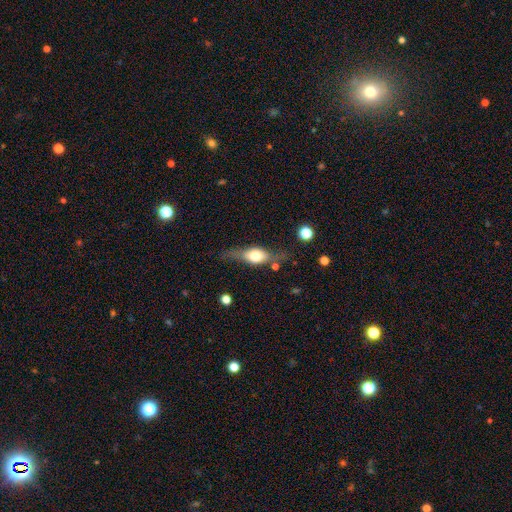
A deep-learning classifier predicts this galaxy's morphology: Q: Smooth or featured?
A: featured or disk (49%); runner-up: smooth (43%)
Q: Merging?
A: none (65%); runner-up: minor disturbance (22%)